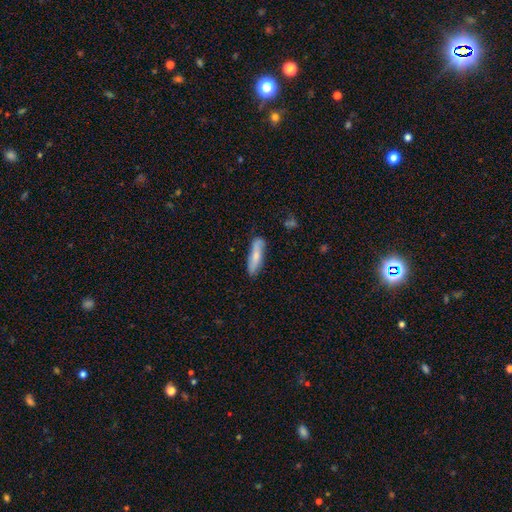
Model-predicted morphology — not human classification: This is likely a smooth galaxy (64%). How rounded: likely cigar-shaped (68%). Merging: likely none (79%).